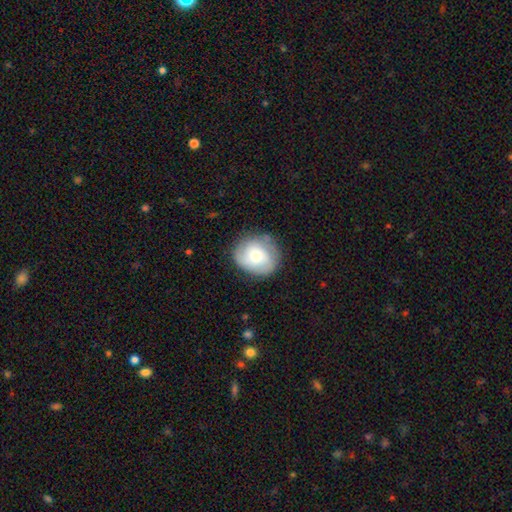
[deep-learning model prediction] This appears to be a smooth galaxy with no disk features (57%) that is round (77%). Merging: none (74%).